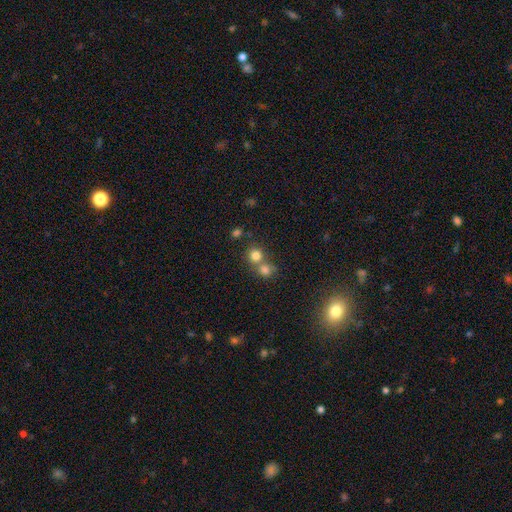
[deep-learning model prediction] Smooth or featured?
  - smooth: 78% *
  - star or artifact: 14%
  - featured or disk: 8%
How rounded?
  - round: 88% *
  - in between: 11%
  - cigar-shaped: 1%
Merging?
  - none: 50% *
  - merger: 42%
  - minor disturbance: 6%
  - major disturbance: 3%